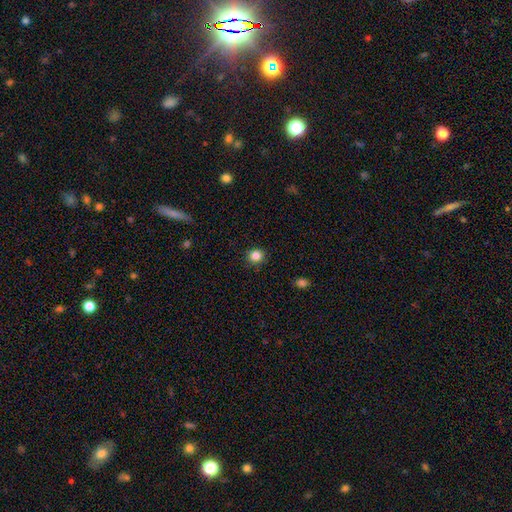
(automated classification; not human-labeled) Q: Smooth or featured?
A: smooth (85%); runner-up: star or artifact (11%)
Q: How rounded?
A: round (87%); runner-up: in between (12%)
Q: Merging?
A: none (91%); runner-up: minor disturbance (6%)